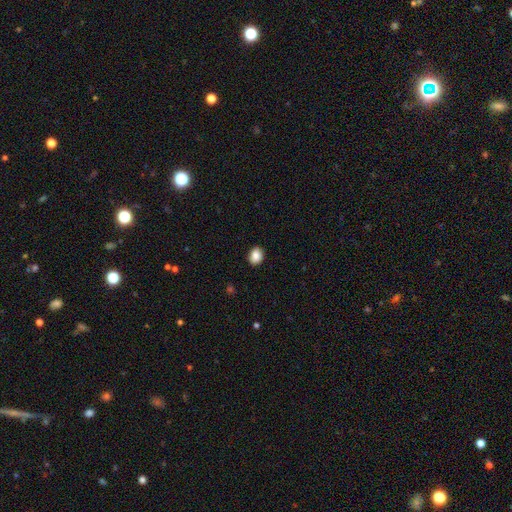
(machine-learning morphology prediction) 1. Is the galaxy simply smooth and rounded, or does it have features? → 87% smooth, 8% star or artifact, 4% featured or disk.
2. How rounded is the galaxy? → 53% in between, 46% round, 1% cigar-shaped.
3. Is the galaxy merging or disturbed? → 89% none, 8% minor disturbance, 2% major disturbance, 1% merger.